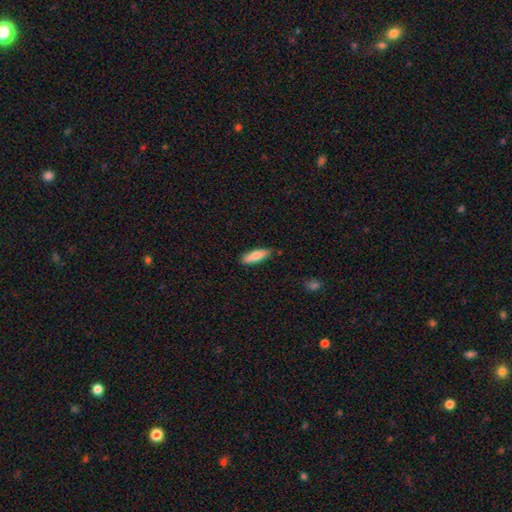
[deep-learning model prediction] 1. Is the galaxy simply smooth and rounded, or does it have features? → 80% smooth, 14% featured or disk, 6% star or artifact.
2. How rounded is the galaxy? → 51% cigar-shaped, 48% in between, 2% round.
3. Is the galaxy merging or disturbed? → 84% none, 12% minor disturbance, 2% major disturbance, 1% merger.